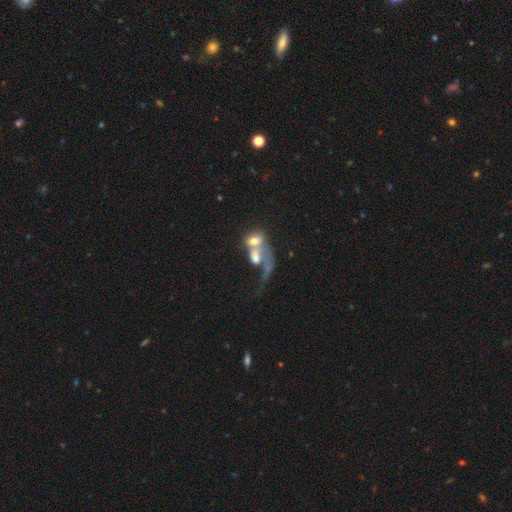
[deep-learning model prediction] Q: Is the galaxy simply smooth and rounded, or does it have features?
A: featured or disk — 48%.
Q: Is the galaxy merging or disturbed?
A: merger — 70%.